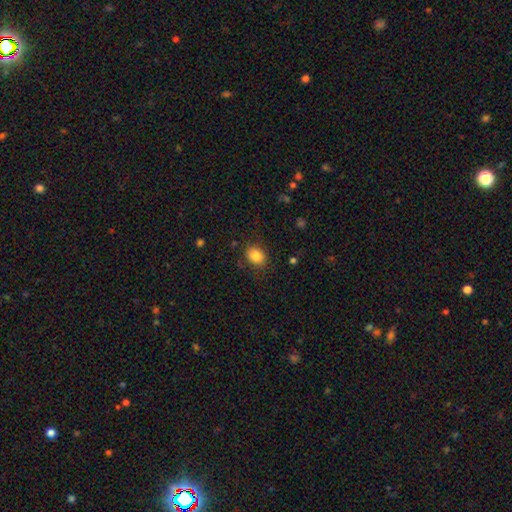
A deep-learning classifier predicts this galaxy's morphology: This is clearly a smooth galaxy (85%). How rounded: possibly in between (56%). Merging: clearly none (83%).